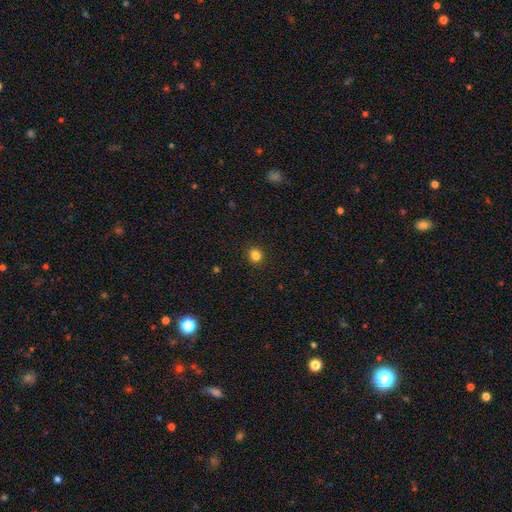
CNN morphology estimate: smooth 83%, star or artifact 13%, featured or disk 4%. Down the decision tree: how rounded — round (80%); merging — none (90%).